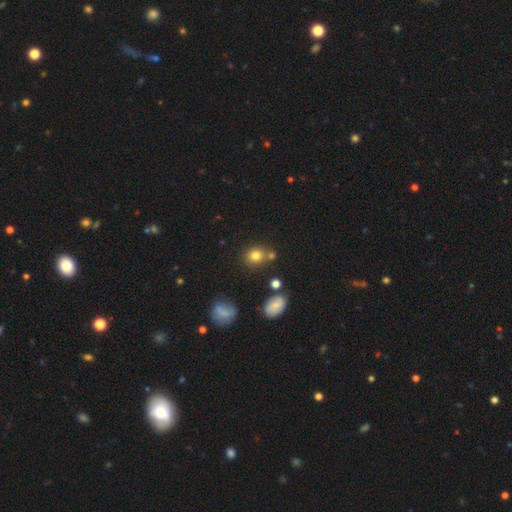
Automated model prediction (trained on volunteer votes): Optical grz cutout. It shows a smooth galaxy with no disk features (78%) that is round (76%). Merging: none (68%).